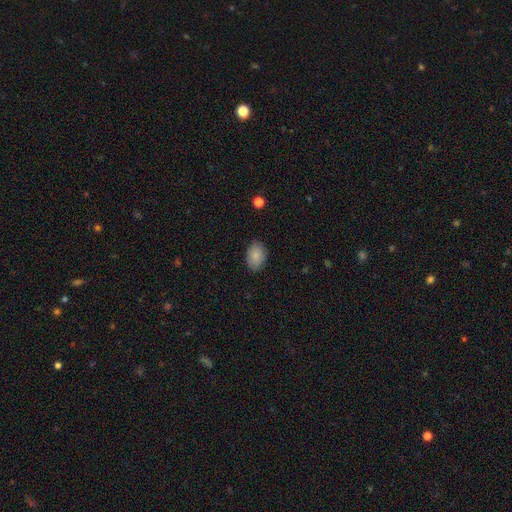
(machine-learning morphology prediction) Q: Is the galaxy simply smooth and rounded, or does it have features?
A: smooth — 86%.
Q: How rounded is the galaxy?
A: in between — 81%.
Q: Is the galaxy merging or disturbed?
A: none — 85%.